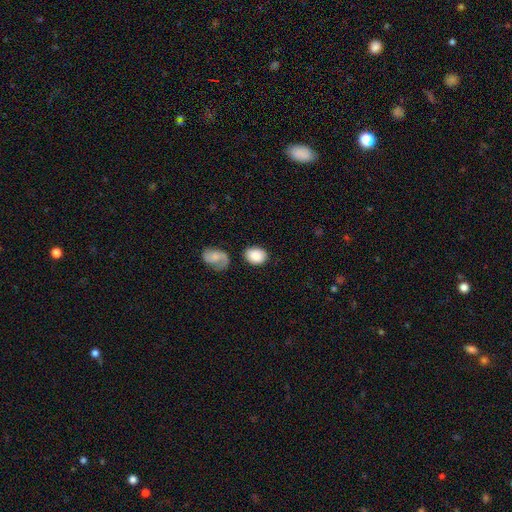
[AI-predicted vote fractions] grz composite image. It shows a smooth galaxy with no disk features (84%) that is in between round and cigar-shaped (65%). Merging: none (70%).